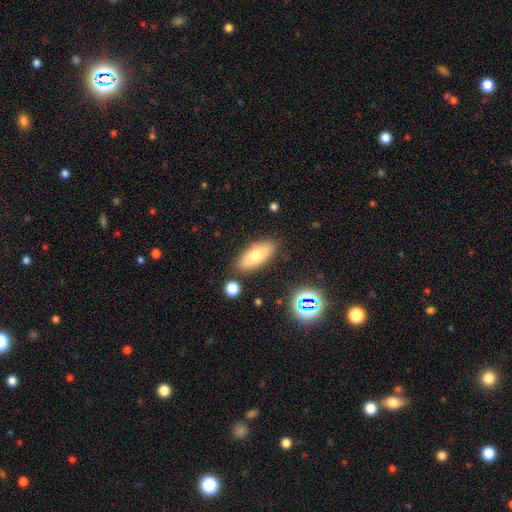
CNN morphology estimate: A smooth galaxy with no disk features (70%) that is in between round and cigar-shaped (83%). Merging: none (82%).